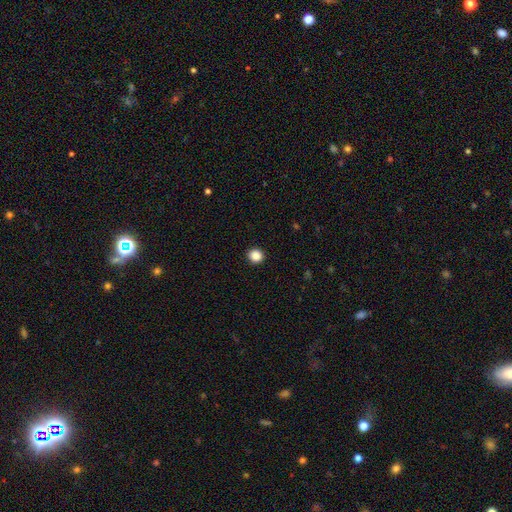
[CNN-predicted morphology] Smooth or featured? smooth (87%)
How rounded? round (91%)
Merging? none (93%)